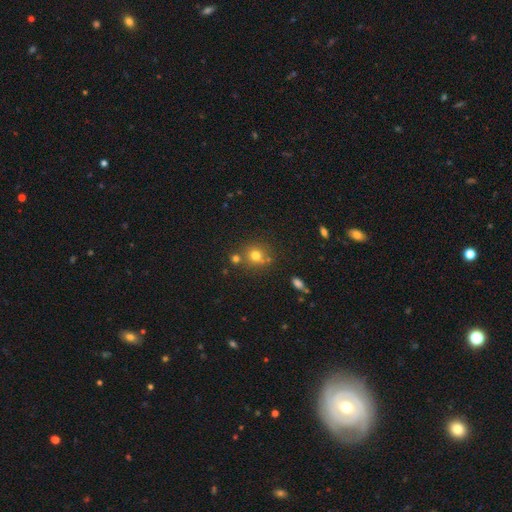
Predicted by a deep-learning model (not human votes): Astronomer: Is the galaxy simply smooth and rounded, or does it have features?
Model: smooth — 73%.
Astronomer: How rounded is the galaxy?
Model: round — 85%.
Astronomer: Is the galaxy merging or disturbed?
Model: none — 69%.